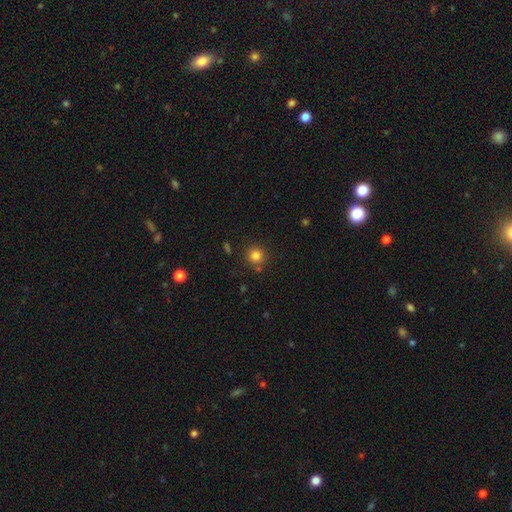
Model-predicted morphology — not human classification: Q: Smooth or featured?
A: smooth (82%); runner-up: star or artifact (13%)
Q: How rounded?
A: round (93%); runner-up: in between (6%)
Q: Merging?
A: none (82%); runner-up: minor disturbance (9%)